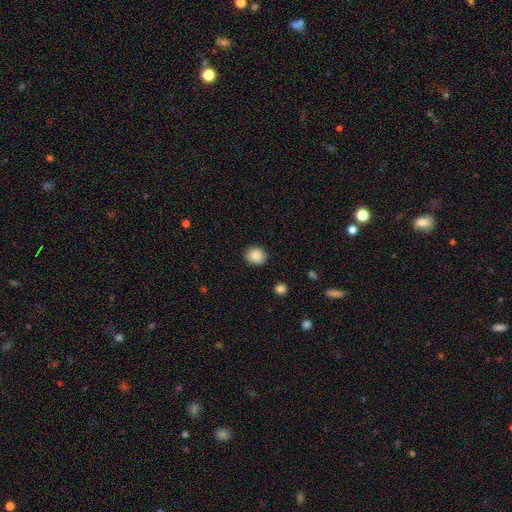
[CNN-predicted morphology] Overall: smooth (87%). How rounded: round (73%). Merging: none (91%).